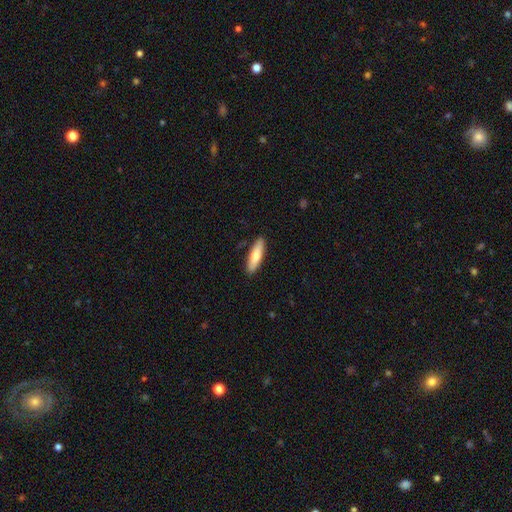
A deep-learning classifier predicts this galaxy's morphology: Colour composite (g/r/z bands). It shows a smooth galaxy with no disk features (75%) that is cigar-shaped (65%). Merging: none (89%).